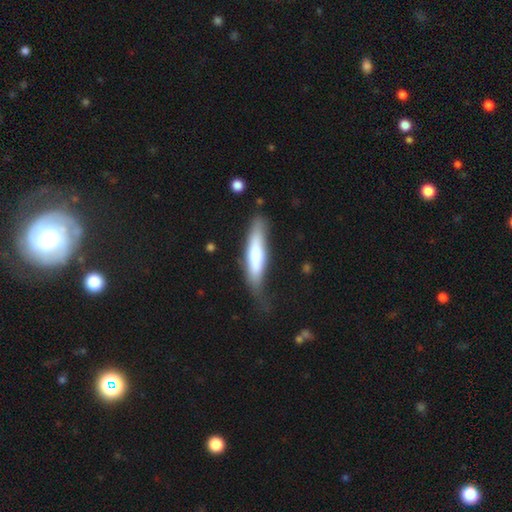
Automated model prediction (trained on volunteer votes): Smooth or featured?
  - smooth: 62% *
  - featured or disk: 33%
  - star or artifact: 5%
How rounded?
  - cigar-shaped: 77% *
  - in between: 22%
  - round: 1%
Merging?
  - none: 58% *
  - minor disturbance: 28%
  - major disturbance: 11%
  - merger: 3%